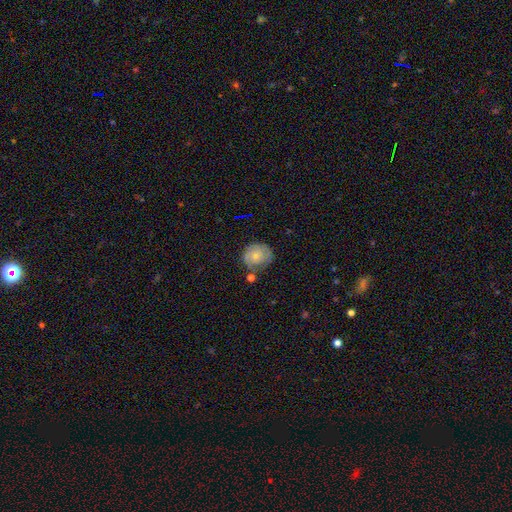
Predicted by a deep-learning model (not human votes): A smooth galaxy with no disk features (57%) that is round (74%).

Vote fractions:
- Smooth or featured? smooth: 57% / featured or disk: 35% / star or artifact: 8%
- How rounded? round: 74% / in between: 25% / cigar-shaped: 1%
- Merging? none: 59% / minor disturbance: 26% / major disturbance: 8% / merger: 8%